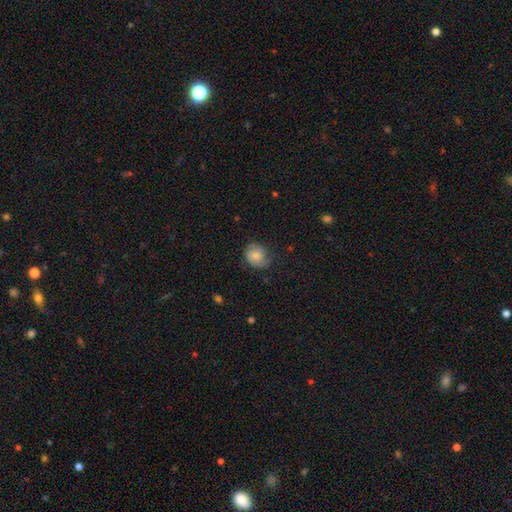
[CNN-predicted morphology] This is possibly a smooth galaxy (48%). Merging: likely none (67%).